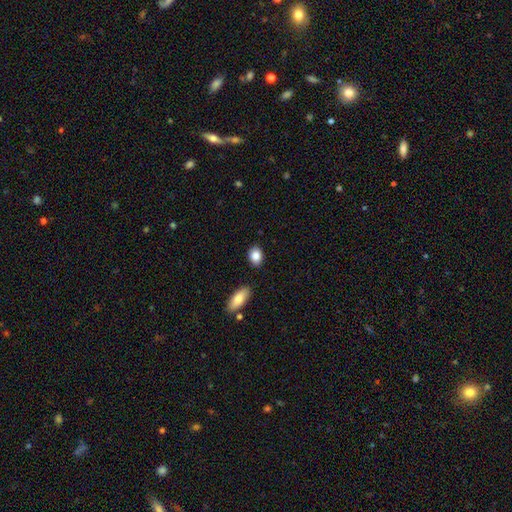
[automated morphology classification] The model was most divided on "how rounded": in between: 74%, round: 25%, cigar-shaped: 2%. More confident: smooth or featured — smooth (86%); merging — none (85%).